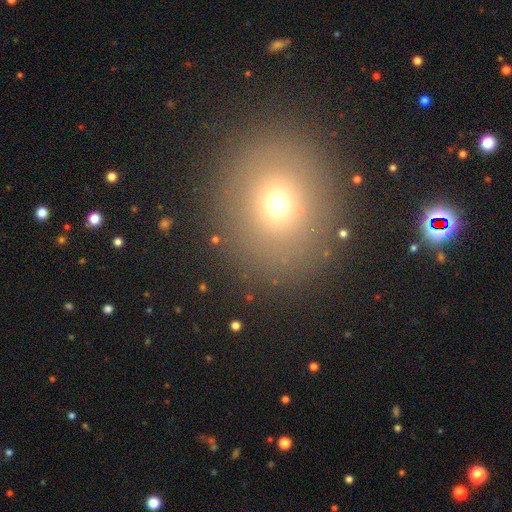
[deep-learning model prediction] Smooth or featured?
  - smooth: 66% *
  - star or artifact: 24%
  - featured or disk: 11%
How rounded?
  - round: 77% *
  - in between: 22%
  - cigar-shaped: 1%
Merging?
  - none: 86% *
  - minor disturbance: 7%
  - major disturbance: 4%
  - merger: 3%